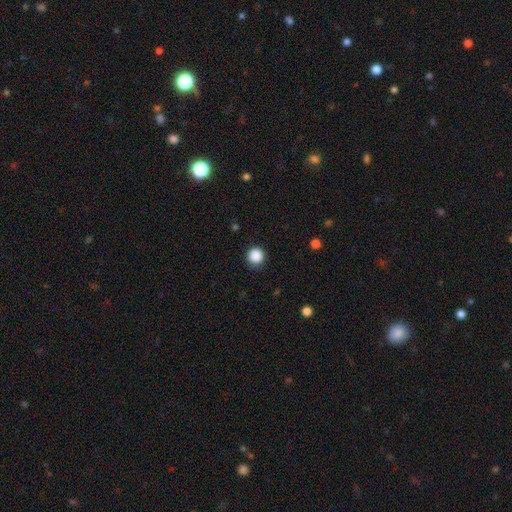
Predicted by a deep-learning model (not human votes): Overall: smooth (87%). How rounded: round (95%). Merging: none (88%).